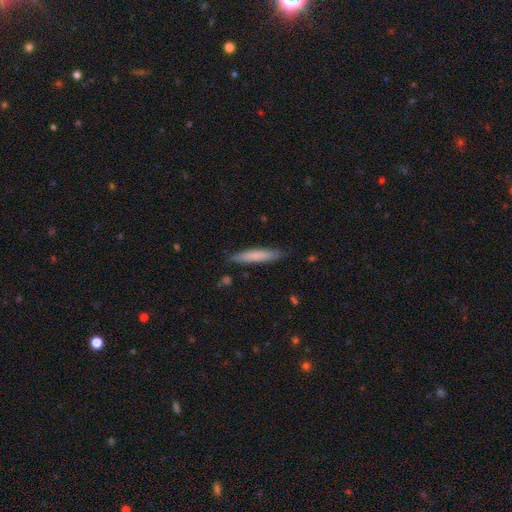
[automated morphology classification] The model was most divided on "smooth or featured": smooth: 75%, featured or disk: 20%, star or artifact: 6%. More confident: how rounded — cigar-shaped (91%); merging — none (84%).